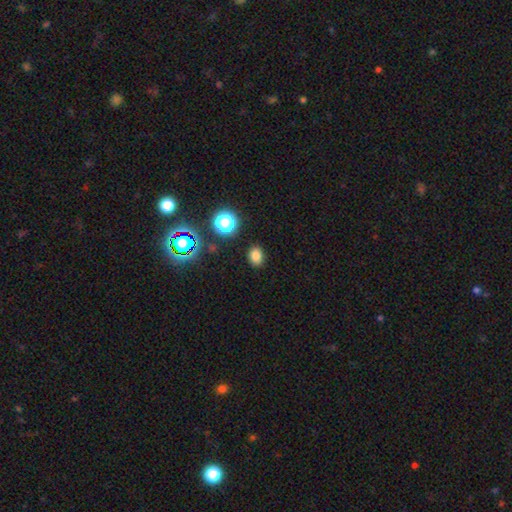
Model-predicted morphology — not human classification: This appears to be a smooth galaxy with no disk features (79%) that is in between round and cigar-shaped (57%). Merging: none (88%).